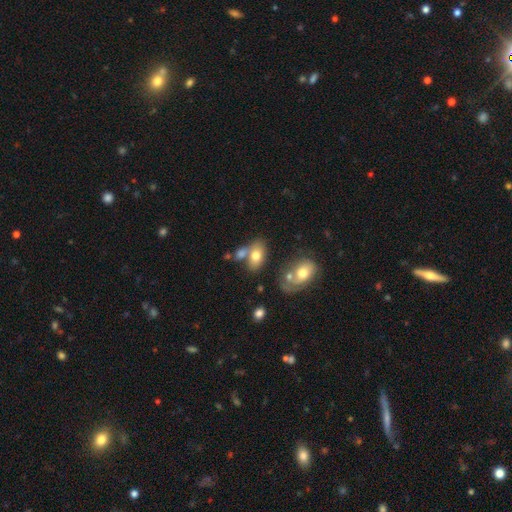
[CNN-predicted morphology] A smooth galaxy with no disk features (73%) that is in between round and cigar-shaped (89%).

Vote fractions:
- Smooth or featured? smooth: 73% / featured or disk: 19% / star or artifact: 9%
- How rounded? in between: 89% / round: 9% / cigar-shaped: 2%
- Merging? none: 46% / merger: 34% / minor disturbance: 14% / major disturbance: 6%